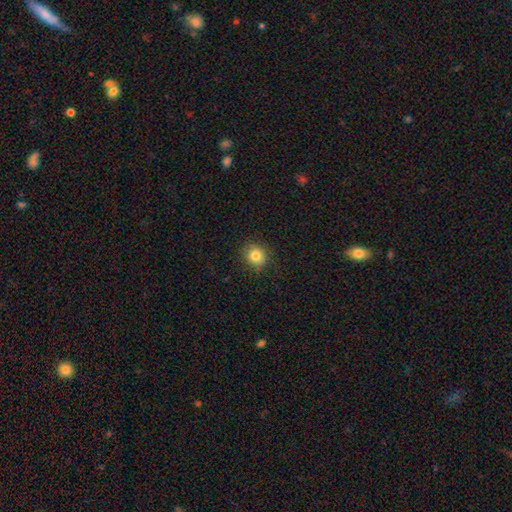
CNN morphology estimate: type=smooth (81%); roundness=round (84%); merging=none (85%).